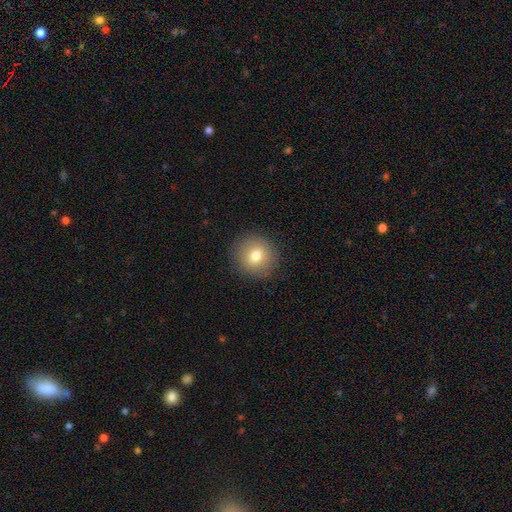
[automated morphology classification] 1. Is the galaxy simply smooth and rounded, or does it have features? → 76% smooth, 14% featured or disk, 10% star or artifact.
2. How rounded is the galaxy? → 92% round, 7% in between, 1% cigar-shaped.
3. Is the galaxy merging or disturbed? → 89% none, 7% minor disturbance, 3% major disturbance, 1% merger.